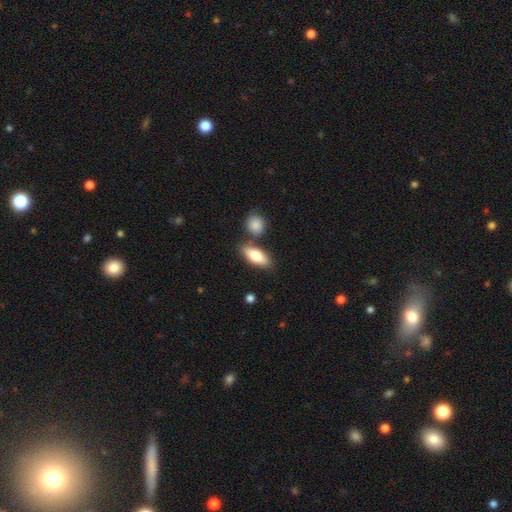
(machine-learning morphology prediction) smooth-or-featured: smooth: 78% | featured or disk: 16% | star or artifact: 6%
  how-rounded: in between: 79% | cigar-shaped: 18% | round: 4%
  merging: none: 71% | merger: 15% | minor disturbance: 11% | major disturbance: 3%